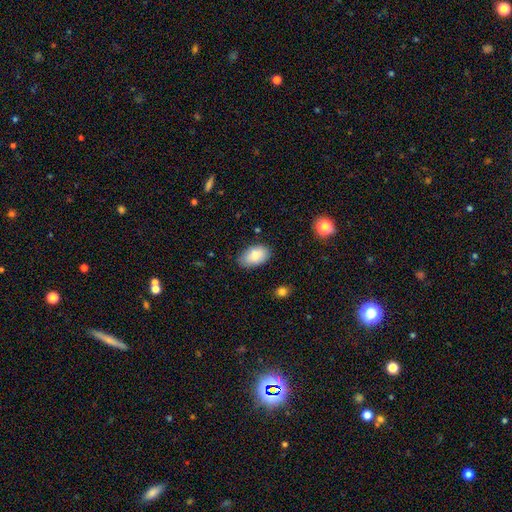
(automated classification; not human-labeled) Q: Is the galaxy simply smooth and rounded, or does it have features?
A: smooth — 85%.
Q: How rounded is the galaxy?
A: in between — 93%.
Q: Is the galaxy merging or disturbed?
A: none — 79%.